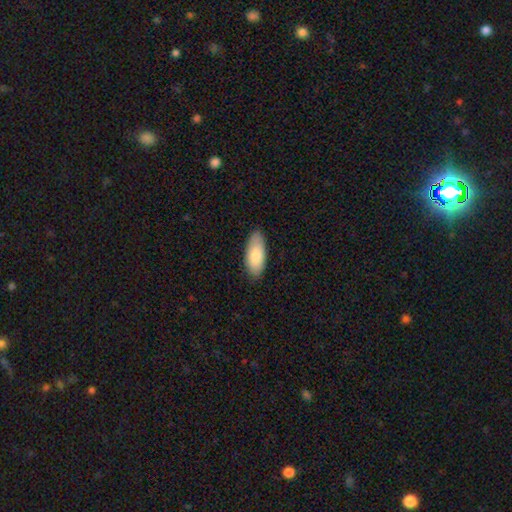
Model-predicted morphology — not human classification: Smooth or featured? Predicted: smooth (p=0.82). How rounded? Predicted: in between (p=0.87). Merging? Predicted: none (p=0.85).